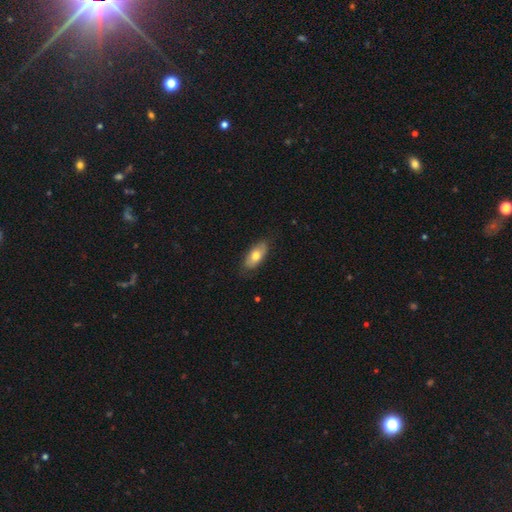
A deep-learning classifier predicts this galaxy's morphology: Smooth or featured? Predicted: smooth (p=0.72). How rounded? Predicted: in between (p=0.86). Merging? Predicted: none (p=0.82).